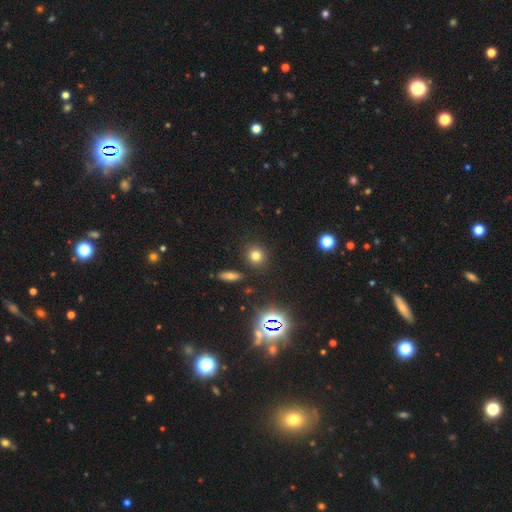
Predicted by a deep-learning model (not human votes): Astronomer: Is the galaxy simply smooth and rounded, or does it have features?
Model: smooth — 73%.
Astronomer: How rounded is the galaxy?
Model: round — 86%.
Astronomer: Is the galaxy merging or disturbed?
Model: none — 87%.